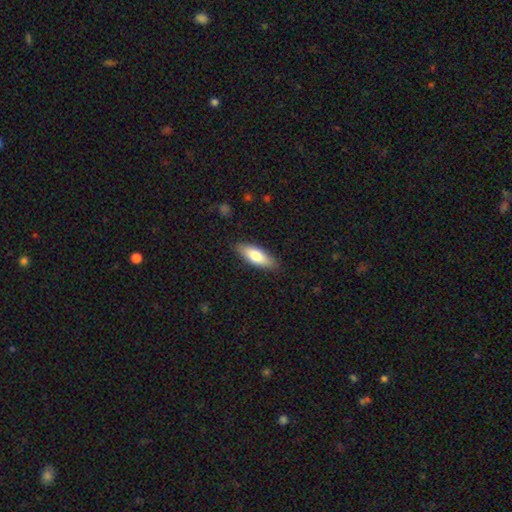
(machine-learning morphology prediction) smooth-or-featured: smooth: 75% | featured or disk: 19% | star or artifact: 6%
  how-rounded: in between: 66% | cigar-shaped: 33% | round: 2%
  merging: none: 87% | minor disturbance: 10% | major disturbance: 2% | merger: 1%